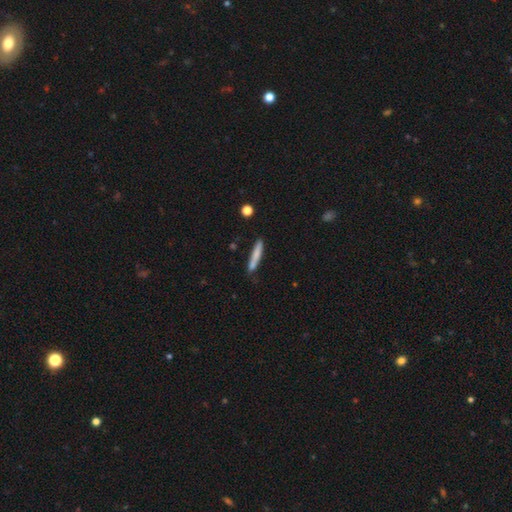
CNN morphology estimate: smooth_or_featured: smooth (p=0.74) [alt: featured or disk p=0.21]
how_rounded: cigar-shaped (p=0.93) [alt: in between p=0.05]
merging: none (p=0.81) [alt: minor disturbance p=0.14]